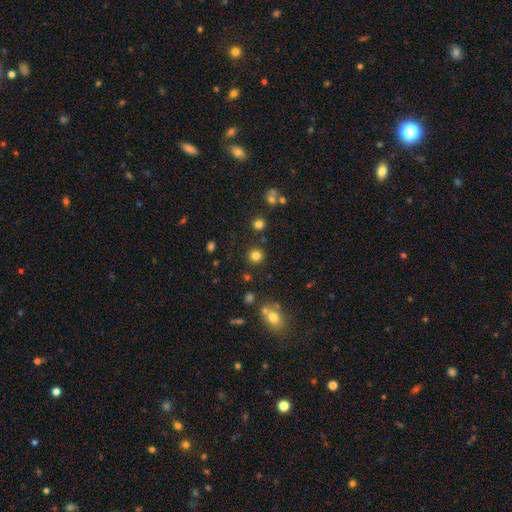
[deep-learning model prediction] Smooth or featured: smooth — 80% (star or artifact — 14%)
How rounded: round — 93% (in between — 6%)
Merging: none — 88% (minor disturbance — 6%)